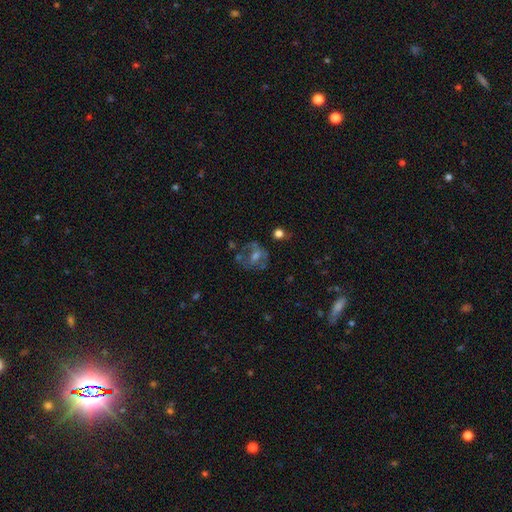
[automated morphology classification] Overall: featured or disk (53%; smooth 31%). Edge-on disk: no (96%). Bar: no (60%; weak 30%). Spiral arms: no (66%; yes 34%). Bulge size: moderate (53%; small 34%). Merging: none (55%; major disturbance 20%).